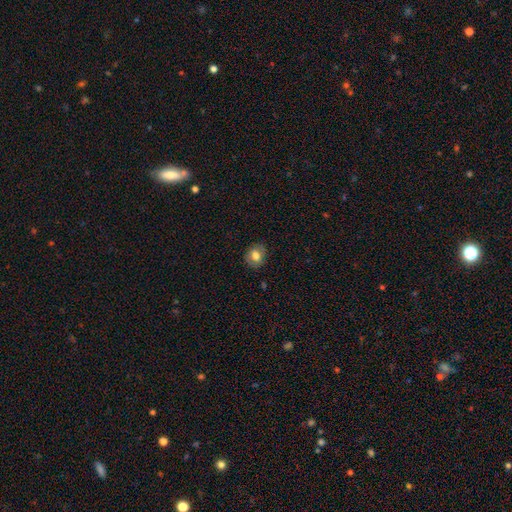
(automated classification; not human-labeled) Smooth or featured? smooth (74%)
How rounded? round (59%)
Merging? none (84%)